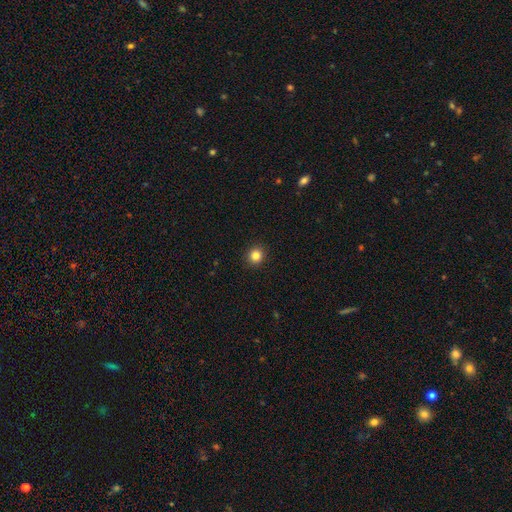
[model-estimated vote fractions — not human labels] smooth-or-featured: smooth: 84% | star or artifact: 11% | featured or disk: 5%
  how-rounded: round: 89% | in between: 10% | cigar-shaped: 1%
  merging: none: 92% | minor disturbance: 5% | major disturbance: 2% | merger: 1%